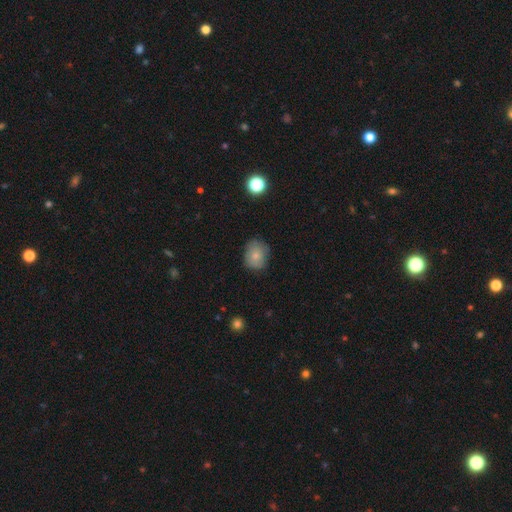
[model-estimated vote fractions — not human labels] smooth 77%, featured or disk 13%, star or artifact 9%. Down the decision tree: how rounded — round (57%); merging — none (70%).